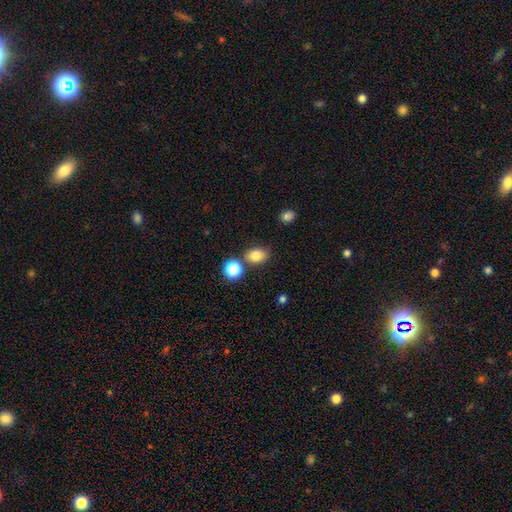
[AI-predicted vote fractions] smooth_or_featured: smooth (p=0.82) [alt: star or artifact p=0.11]
how_rounded: in between (p=0.68) [alt: round p=0.31]
merging: none (p=0.71) [alt: merger p=0.14]